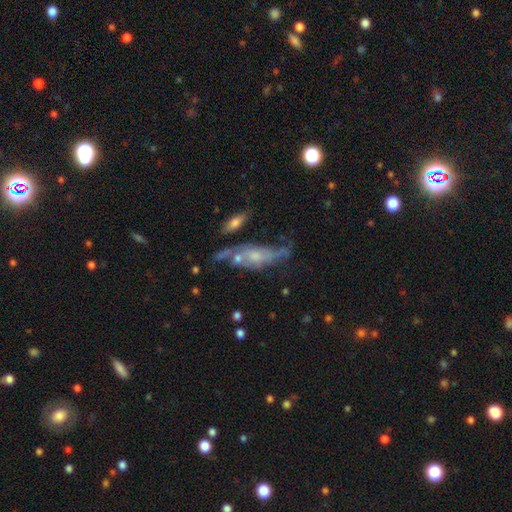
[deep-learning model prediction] Smooth or featured? Predicted: featured or disk (p=0.55). Edge-on disk? Predicted: no (p=0.69). Merging? Predicted: none (p=0.33).